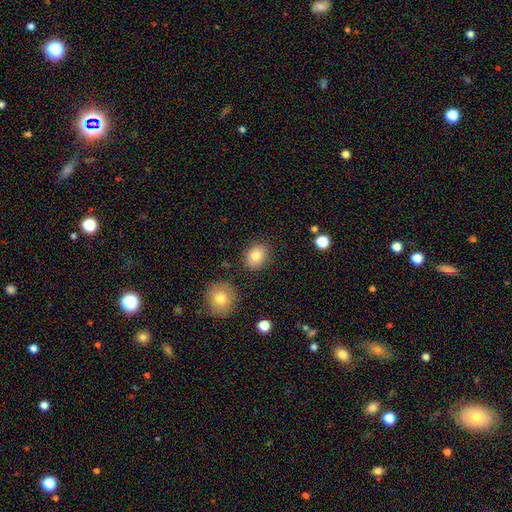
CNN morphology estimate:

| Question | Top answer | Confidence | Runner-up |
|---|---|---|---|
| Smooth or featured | smooth | 82% | star or artifact (9%) |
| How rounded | in between | 54% | round (45%) |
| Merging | none | 82% | minor disturbance (11%) |